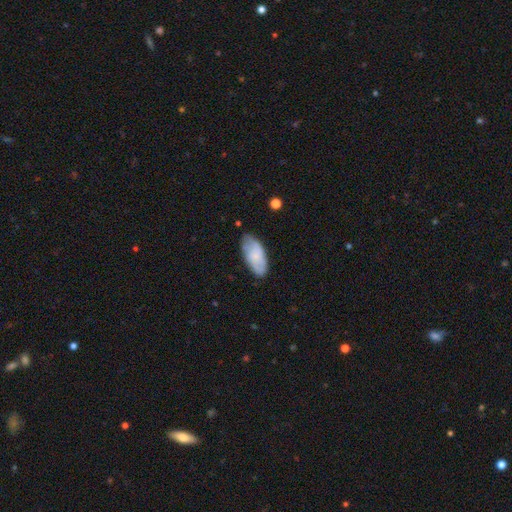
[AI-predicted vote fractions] smooth 70%, featured or disk 24%, star or artifact 6%. Down the decision tree: how rounded — in between (91%); merging — none (70%).